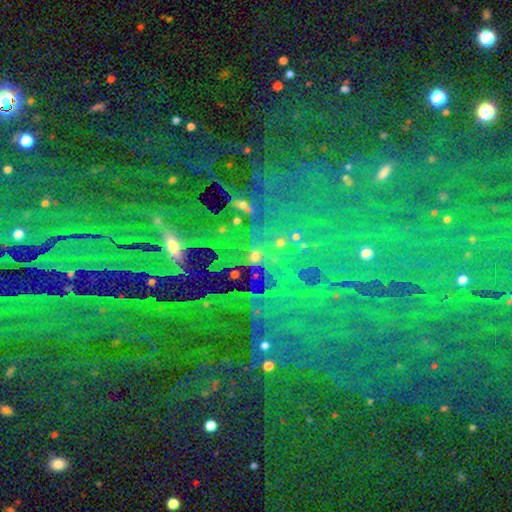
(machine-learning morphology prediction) Overall: star or artifact (60%; featured or disk 22%).